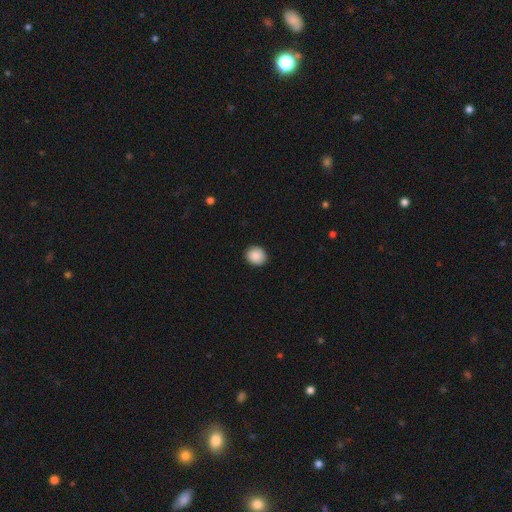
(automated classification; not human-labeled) This appears to be a smooth galaxy with no disk features (89%) that is round (72%). Merging: none (90%).